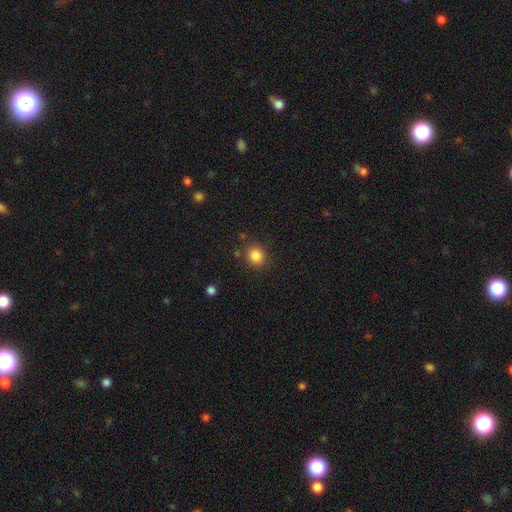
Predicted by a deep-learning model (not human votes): A smooth galaxy with no disk features (86%) that is round (77%). Merging: none (84%).